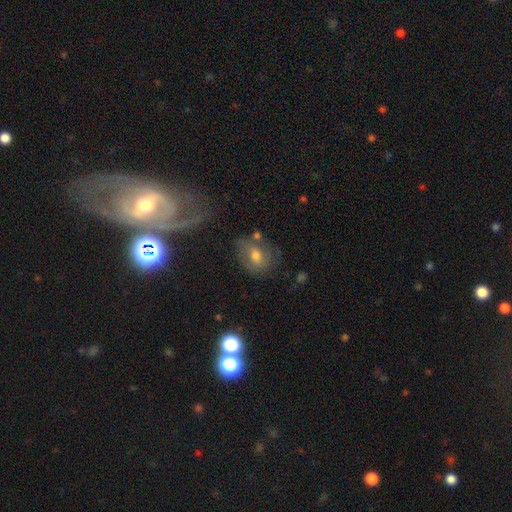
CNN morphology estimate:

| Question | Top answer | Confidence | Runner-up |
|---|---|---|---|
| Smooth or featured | smooth | 52% | featured or disk (35%) |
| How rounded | in between | 52% | round (46%) |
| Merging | none | 59% | minor disturbance (21%) |